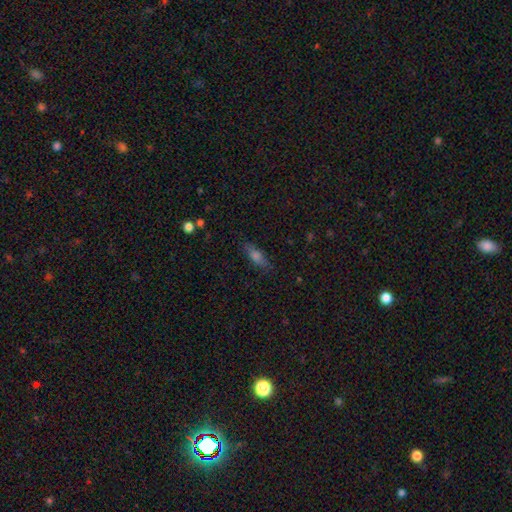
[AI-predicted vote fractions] This appears to be a smooth galaxy with no disk features (60%) that is cigar-shaped (49%). Merging: none (83%).